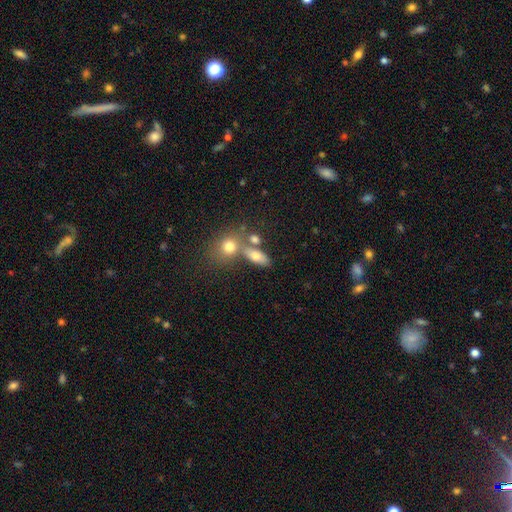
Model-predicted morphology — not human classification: smooth-or-featured: smooth: 74% | featured or disk: 16% | star or artifact: 10%
  how-rounded: in between: 72% | round: 15% | cigar-shaped: 13%
  merging: none: 51% | merger: 32% | minor disturbance: 12% | major disturbance: 6%